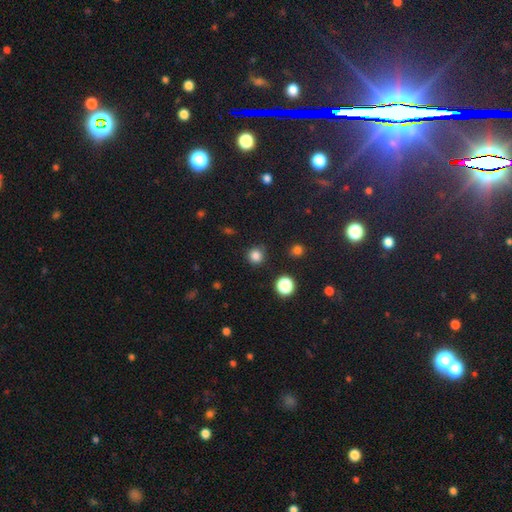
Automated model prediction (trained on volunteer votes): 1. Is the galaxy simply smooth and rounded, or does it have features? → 82% smooth, 14% star or artifact, 4% featured or disk.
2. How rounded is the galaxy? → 93% round, 6% in between, 1% cigar-shaped.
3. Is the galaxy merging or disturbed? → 87% none, 9% minor disturbance, 3% major disturbance, 2% merger.